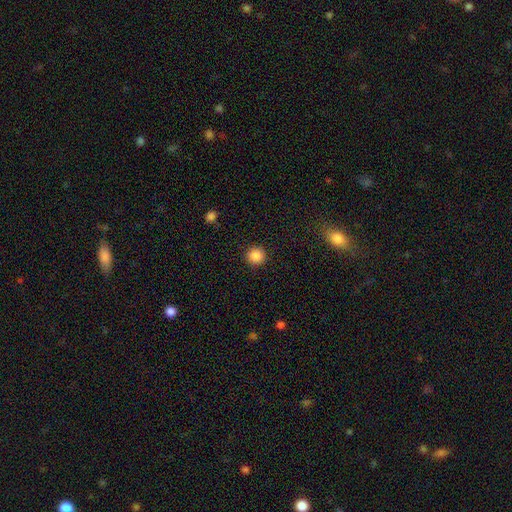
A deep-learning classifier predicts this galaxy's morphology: Overall: smooth (87%). How rounded: round (95%). Merging: none (92%).